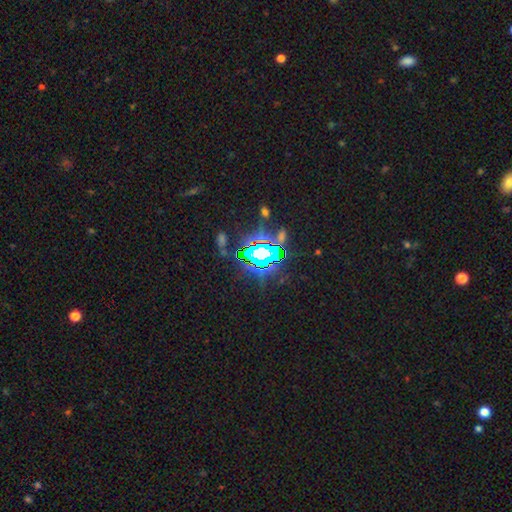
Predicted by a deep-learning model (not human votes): Smooth or featured: star or artifact — 75% (smooth — 13%)